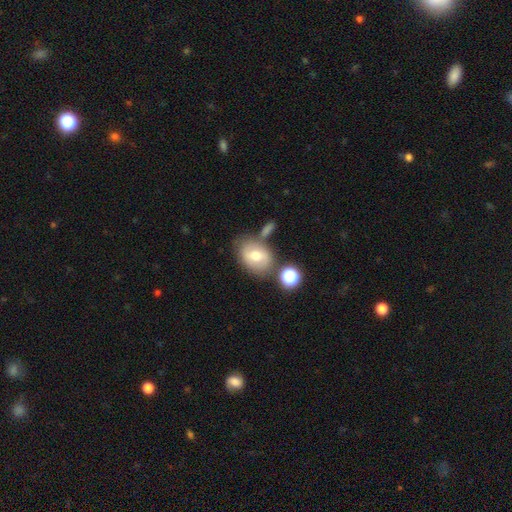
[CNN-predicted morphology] Smooth or featured: smooth — 62% (featured or disk — 28%)
How rounded: in between — 65% (round — 33%)
Merging: none — 62% (minor disturbance — 18%)